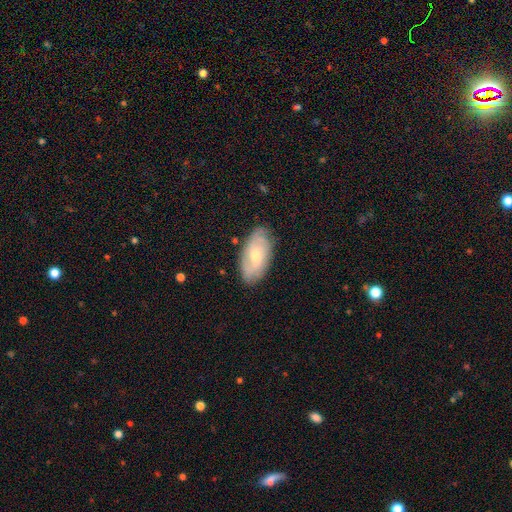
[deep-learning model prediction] This is possibly a featured or disk galaxy (54%). It is clearly not viewed edge-on (91%). Merging: likely none (79%).